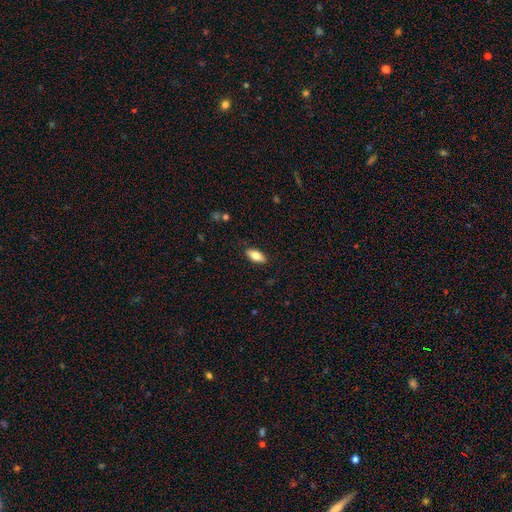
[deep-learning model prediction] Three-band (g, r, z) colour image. It shows a smooth galaxy with no disk features (76%) that is in between round and cigar-shaped (85%). Merging: none (88%).